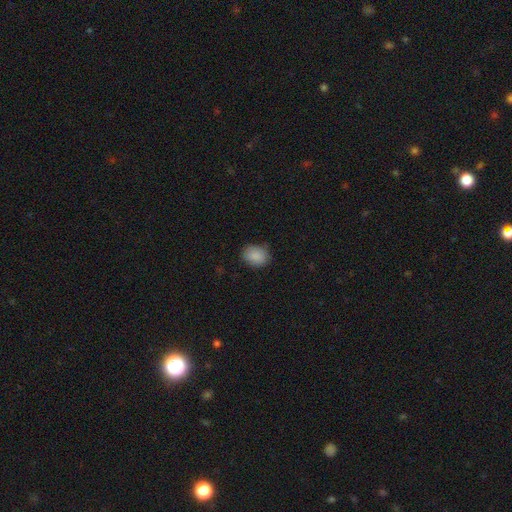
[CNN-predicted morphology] smooth_or_featured: smooth (p=0.88) [alt: star or artifact p=0.08]
how_rounded: in between (p=0.57) [alt: round p=0.42]
merging: none (p=0.80) [alt: minor disturbance p=0.16]